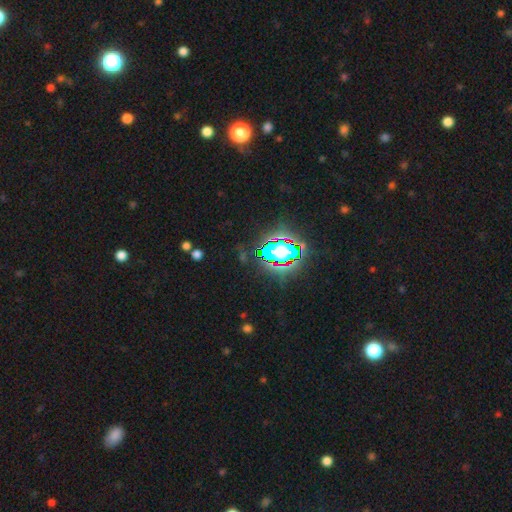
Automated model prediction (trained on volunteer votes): smooth-or-featured: star or artifact: 82% | smooth: 11% | featured or disk: 7%